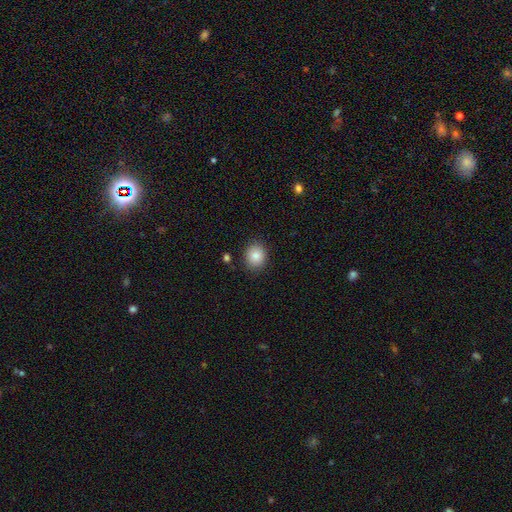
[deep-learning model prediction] smooth-or-featured: smooth: 85% | star or artifact: 9% | featured or disk: 6%
  how-rounded: round: 63% | in between: 36% | cigar-shaped: 1%
  merging: none: 86% | minor disturbance: 9% | major disturbance: 3% | merger: 2%